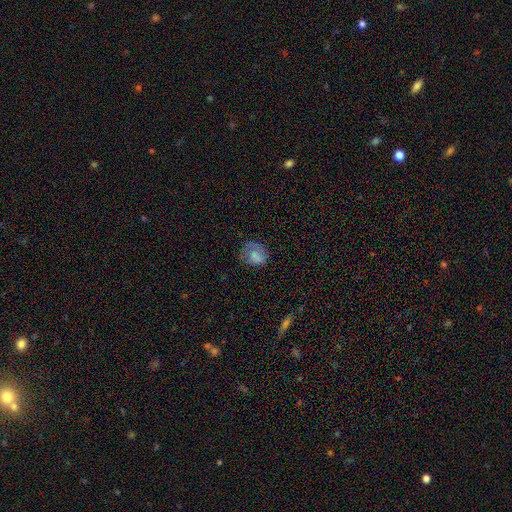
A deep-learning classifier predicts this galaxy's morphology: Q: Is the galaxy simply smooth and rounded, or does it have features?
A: smooth — 72%.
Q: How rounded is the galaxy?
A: round — 58%.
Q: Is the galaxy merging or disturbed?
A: none — 52%.